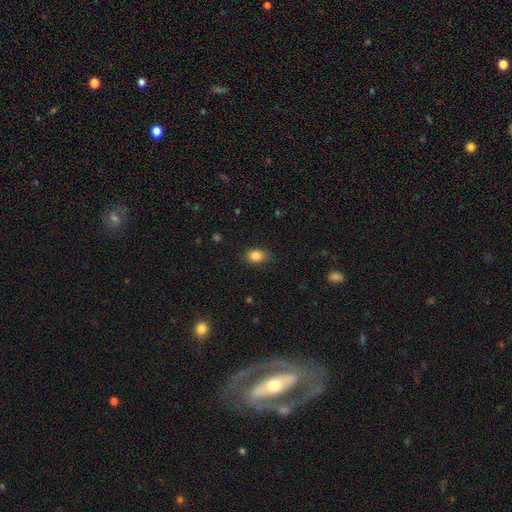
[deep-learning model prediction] A smooth galaxy with no disk features (85%) that is in between round and cigar-shaped (71%).

Vote fractions:
- Smooth or featured? smooth: 85% / star or artifact: 9% / featured or disk: 6%
- How rounded? in between: 71% / round: 27% / cigar-shaped: 2%
- Merging? none: 78% / minor disturbance: 18% / major disturbance: 4% / merger: 1%